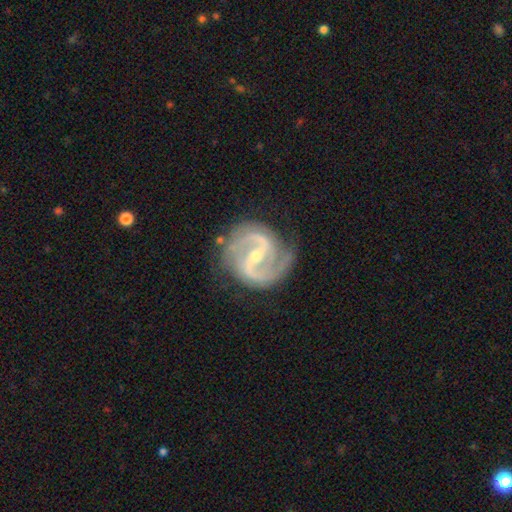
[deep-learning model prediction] Q: Smooth or featured?
A: featured or disk (92%); runner-up: star or artifact (5%)
Q: Edge-on disk?
A: no (98%); runner-up: yes (2%)
Q: Bar?
A: strong (49%); runner-up: weak (38%)
Q: Spiral arms?
A: yes (98%); runner-up: no (2%)
Q: Spiral winding?
A: medium (62%); runner-up: tight (24%)
Q: Spiral arm count?
A: 2 (92%); runner-up: 3 (2%)
Q: Bulge size?
A: small (60%); runner-up: moderate (37%)
Q: Merging?
A: none (78%); runner-up: minor disturbance (15%)